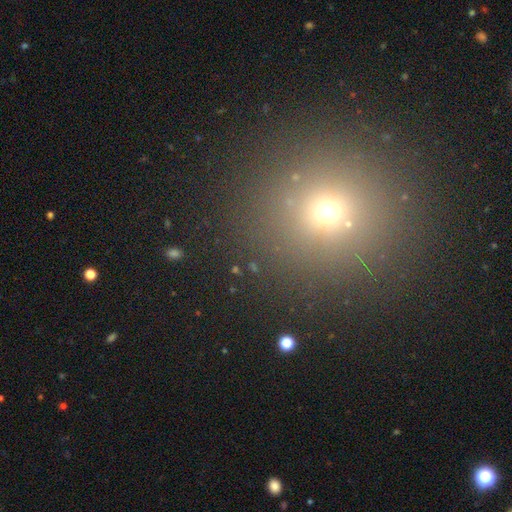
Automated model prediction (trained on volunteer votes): smooth_or_featured: smooth (p=0.56) [alt: star or artifact p=0.36]
how_rounded: round (p=0.91) [alt: in between p=0.08]
merging: none (p=0.89) [alt: minor disturbance p=0.06]